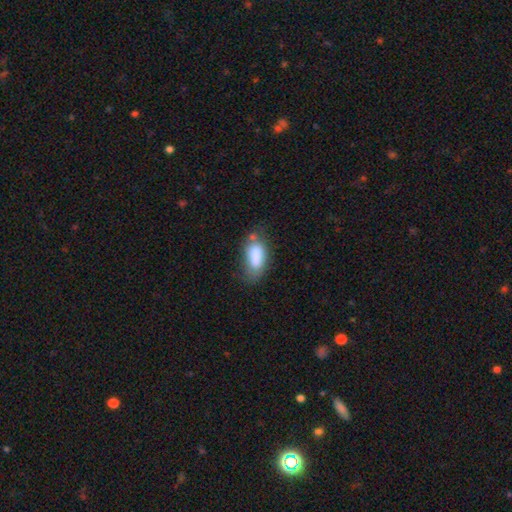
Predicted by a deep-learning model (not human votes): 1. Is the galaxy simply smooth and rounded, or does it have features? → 80% smooth, 11% featured or disk, 8% star or artifact.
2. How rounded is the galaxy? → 89% in between, 7% cigar-shaped, 4% round.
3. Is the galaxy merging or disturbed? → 45% none, 30% minor disturbance, 14% major disturbance, 11% merger.